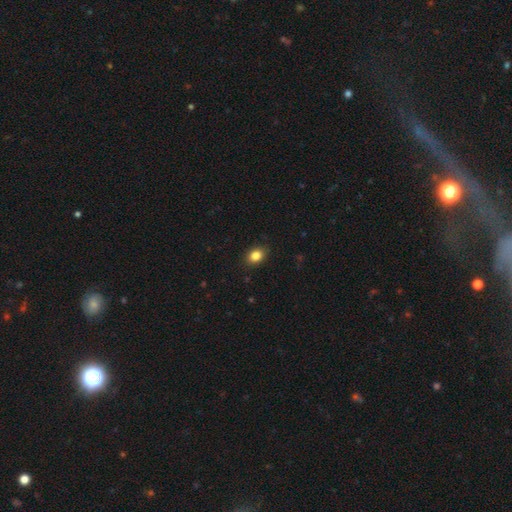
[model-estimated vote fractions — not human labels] A smooth galaxy with no disk features (84%) that is in between round and cigar-shaped (66%). Merging: none (89%).